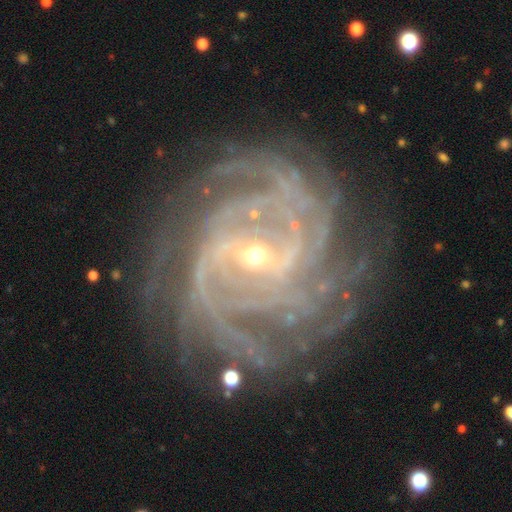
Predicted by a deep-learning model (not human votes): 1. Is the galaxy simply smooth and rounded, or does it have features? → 91% featured or disk, 6% star or artifact, 3% smooth.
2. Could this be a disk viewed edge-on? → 97% no, 3% yes.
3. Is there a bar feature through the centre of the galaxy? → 44% weak, 36% strong, 21% no.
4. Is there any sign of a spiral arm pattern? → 98% yes, 2% no.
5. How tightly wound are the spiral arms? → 70% tight, 25% medium, 5% loose.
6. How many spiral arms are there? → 24% 4, 22% more than 4, 19% can't tell, 14% 3, 13% 2, 9% 1.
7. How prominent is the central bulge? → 75% small, 22% moderate, 1% large, 1% none, 1% dominant.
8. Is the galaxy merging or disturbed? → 80% none, 13% minor disturbance, 6% major disturbance, 1% merger.